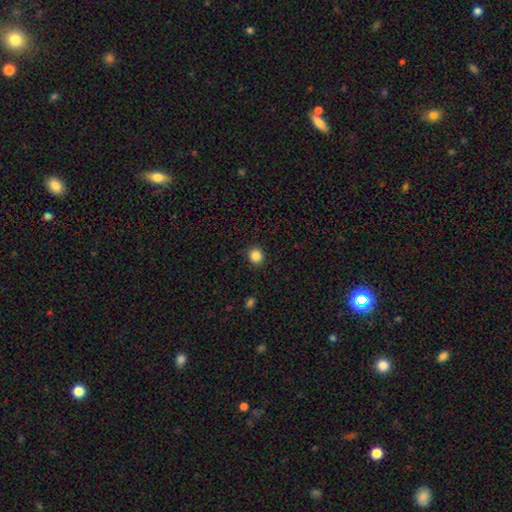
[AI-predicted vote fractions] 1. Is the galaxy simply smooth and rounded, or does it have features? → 86% smooth, 11% star or artifact, 4% featured or disk.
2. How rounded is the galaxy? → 89% round, 10% in between, 1% cigar-shaped.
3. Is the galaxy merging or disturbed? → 91% none, 6% minor disturbance, 2% major disturbance, 1% merger.